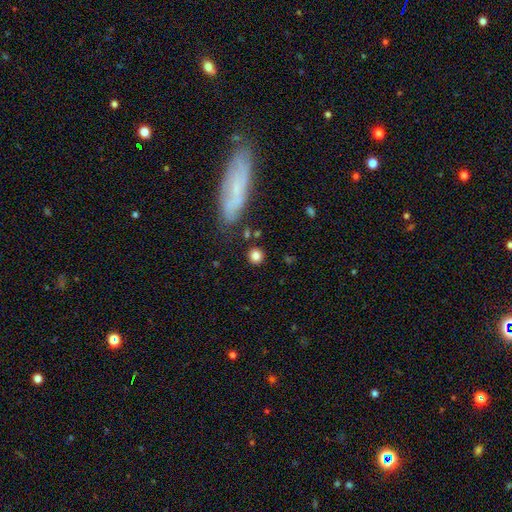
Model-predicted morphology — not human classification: The model was most divided on "smooth or featured": smooth: 82%, star or artifact: 11%, featured or disk: 7%. More confident: how rounded — round (90%); merging — none (85%).